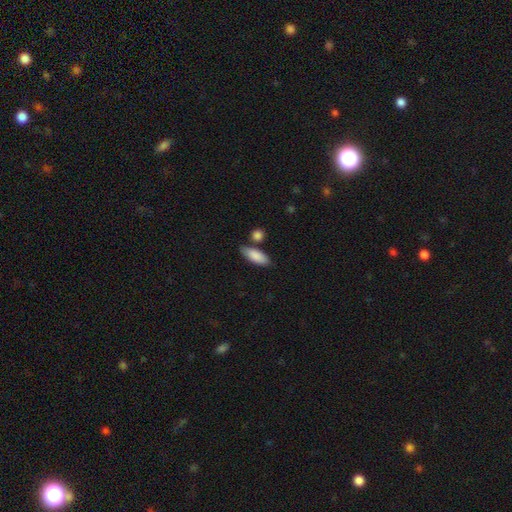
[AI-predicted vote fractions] This appears to be a smooth galaxy with no disk features (86%) that is in between round and cigar-shaped (78%). Merging: none (69%).